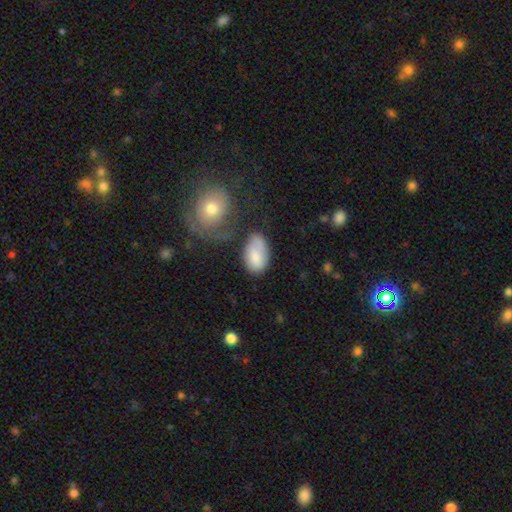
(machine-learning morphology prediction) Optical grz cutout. It shows a smooth galaxy with no disk features (80%) that is in between round and cigar-shaped (93%). Merging: none (50%).